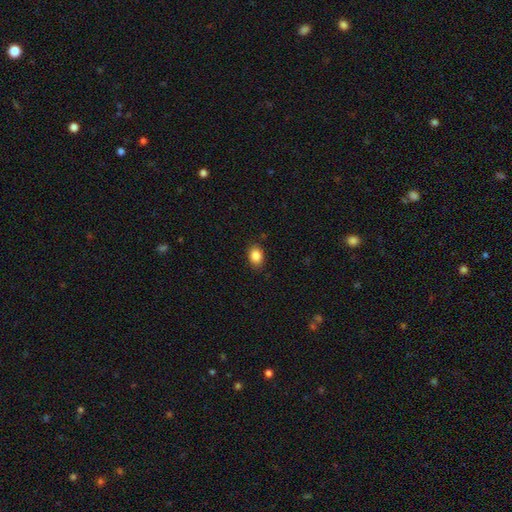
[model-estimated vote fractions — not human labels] Overall: smooth (86%). How rounded: in between (71%). Merging: none (86%).